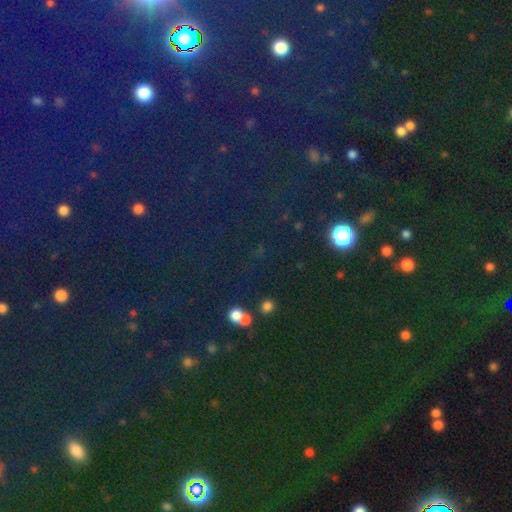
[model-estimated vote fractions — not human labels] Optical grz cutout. It shows a star or artifact, not a galaxy (78%).